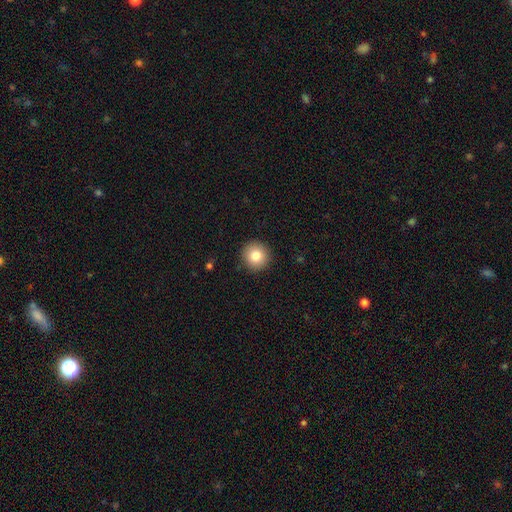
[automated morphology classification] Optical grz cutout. It shows a smooth galaxy with no disk features (83%) that is round (95%). Merging: none (92%).